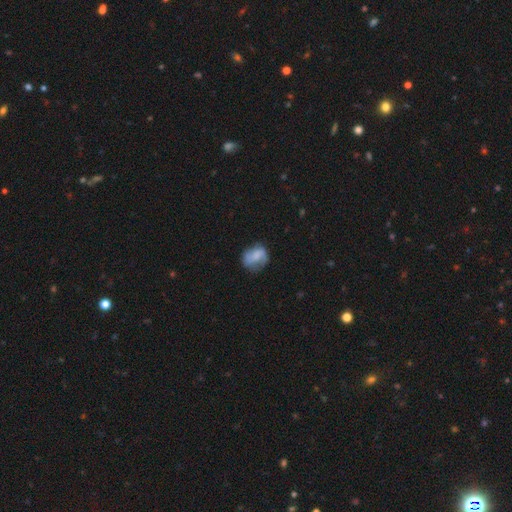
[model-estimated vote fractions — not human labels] A smooth galaxy with no disk features (55%) that is in between round and cigar-shaped (50%). Merging: none (55%).